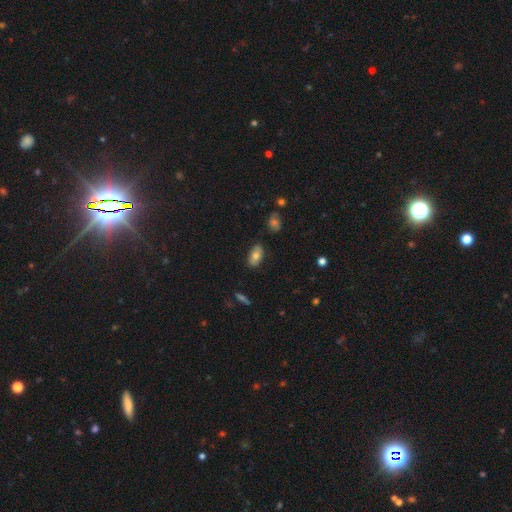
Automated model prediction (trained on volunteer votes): A smooth galaxy with no disk features (69%) that is in between round and cigar-shaped (91%). Merging: none (82%).